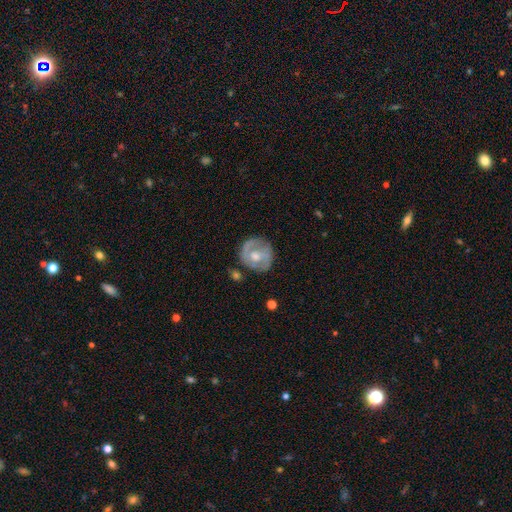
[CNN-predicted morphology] smooth_or_featured: featured or disk (p=0.63) [alt: smooth p=0.31]
disk_edge_on: no (p=0.97) [alt: yes p=0.03]
bar: no (p=0.60) [alt: weak p=0.33]
has_spiral_arms: yes (p=0.70) [alt: no p=0.30]
bulge_size: moderate (p=0.67) [alt: small p=0.21]
merging: none (p=0.72) [alt: minor disturbance p=0.18]